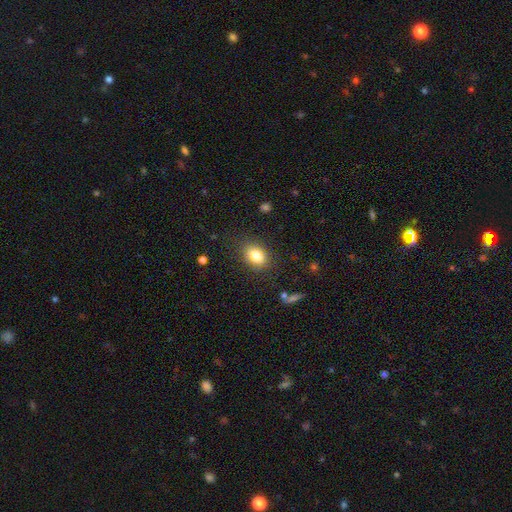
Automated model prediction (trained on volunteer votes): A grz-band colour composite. It shows a smooth galaxy with no disk features (81%) that is in between round and cigar-shaped (63%). Merging: none (84%).